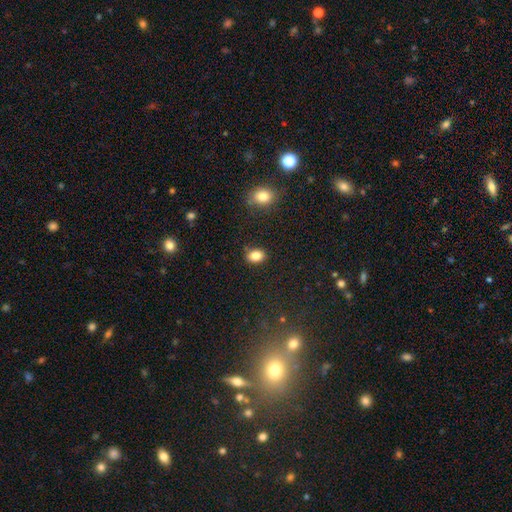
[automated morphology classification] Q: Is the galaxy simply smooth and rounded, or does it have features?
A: smooth — 85%.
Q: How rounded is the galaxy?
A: in between — 69%.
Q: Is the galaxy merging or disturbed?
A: none — 86%.